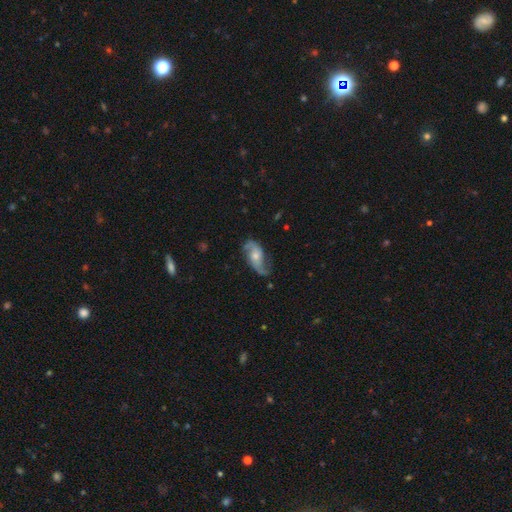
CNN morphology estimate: Smooth or featured? Predicted: featured or disk (p=0.80). Edge-on disk? Predicted: no (p=0.96). Bar? Predicted: no (p=0.63). Spiral arms? Predicted: yes (p=0.95). Spiral winding? Predicted: loose (p=0.55). Spiral arm count? Predicted: 2 (p=0.89). Bulge size? Predicted: moderate (p=0.50). Merging? Predicted: none (p=0.68).